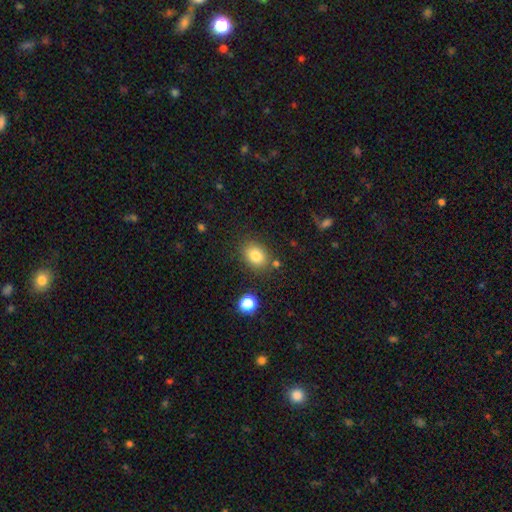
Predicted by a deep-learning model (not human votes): The model was most divided on "how rounded": in between: 59%, round: 40%, cigar-shaped: 1%. More confident: smooth or featured — smooth (82%); merging — none (81%).